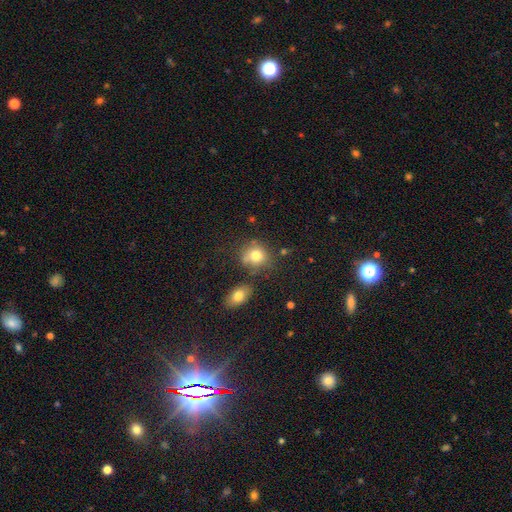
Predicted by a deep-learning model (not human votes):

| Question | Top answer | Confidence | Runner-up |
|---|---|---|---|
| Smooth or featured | smooth | 78% | star or artifact (11%) |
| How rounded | round | 72% | in between (27%) |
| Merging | none | 63% | minor disturbance (18%) |